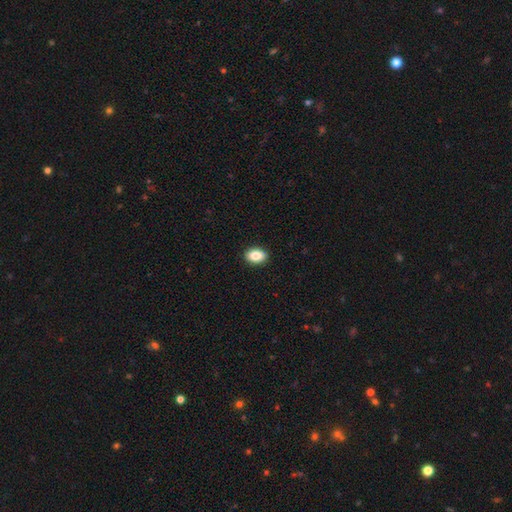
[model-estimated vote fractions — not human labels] This appears to be a smooth galaxy with no disk features (85%) that is in between round and cigar-shaped (83%). Merging: none (91%).